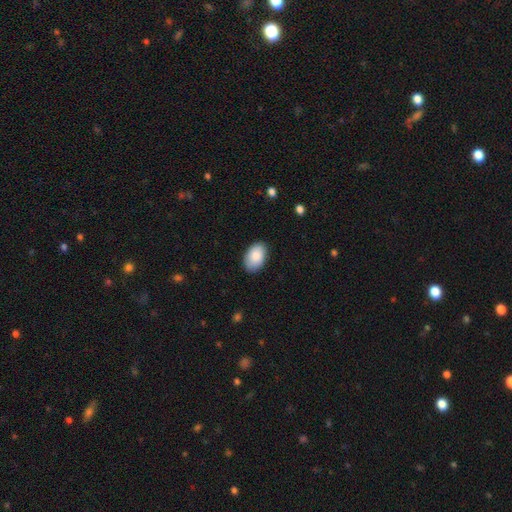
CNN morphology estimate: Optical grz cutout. It shows a smooth galaxy with no disk features (88%) that is in between round and cigar-shaped (93%). Merging: none (85%).